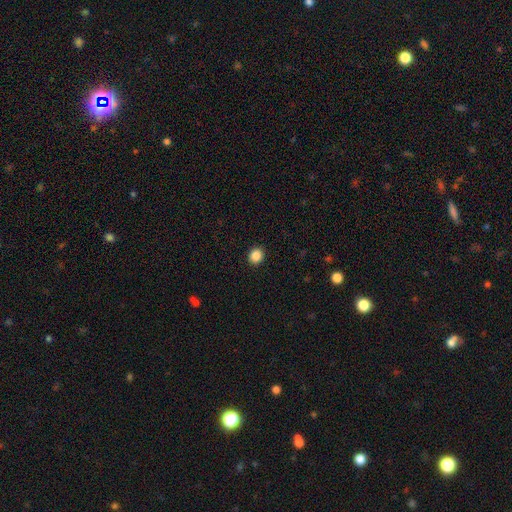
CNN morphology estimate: Q: Smooth or featured?
A: smooth (87%); runner-up: star or artifact (10%)
Q: How rounded?
A: round (79%); runner-up: in between (20%)
Q: Merging?
A: none (93%); runner-up: minor disturbance (5%)